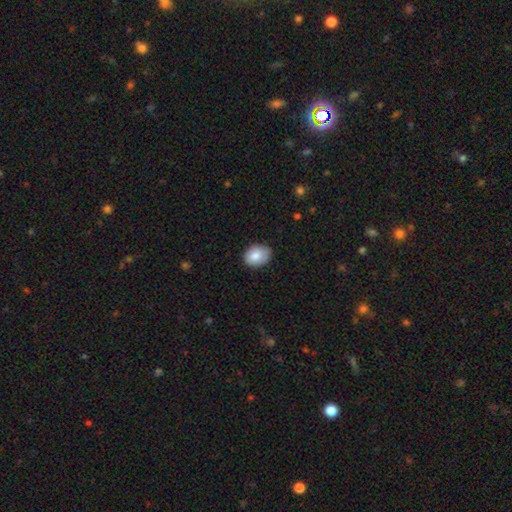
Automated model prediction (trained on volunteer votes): Morphology: type=smooth (84%); roundness=in between (68%); merging=none (77%).